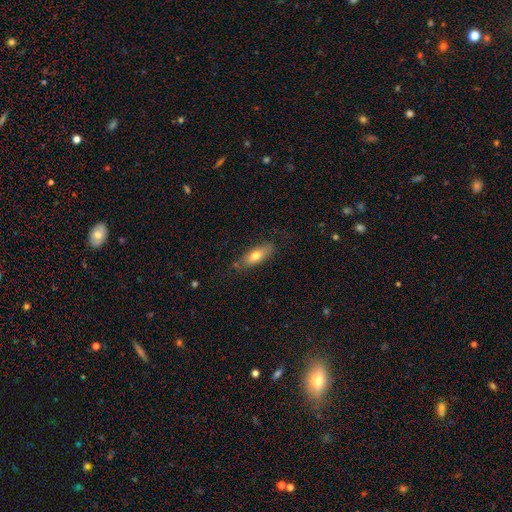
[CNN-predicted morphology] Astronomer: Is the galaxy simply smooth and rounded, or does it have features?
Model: smooth — 69%.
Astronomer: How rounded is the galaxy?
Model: in between — 66%.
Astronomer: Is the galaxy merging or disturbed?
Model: none — 75%.